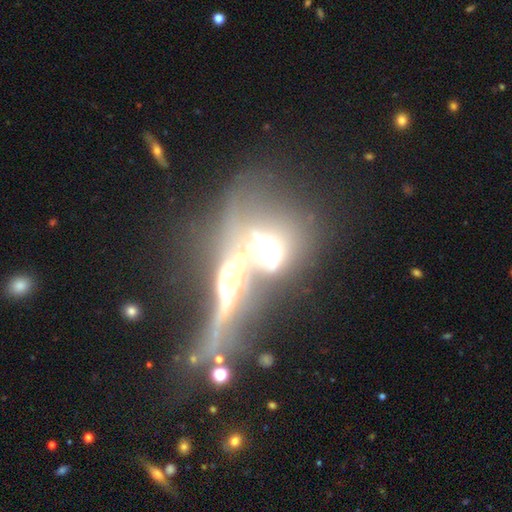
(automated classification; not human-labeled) A featured or disk galaxy (59%).

Vote fractions:
- Smooth or featured? featured or disk: 59% / smooth: 24% / star or artifact: 17%
- Edge-on disk? no: 67% / yes: 33%
- Merging? merger: 68% / major disturbance: 14% / none: 13% / minor disturbance: 6%